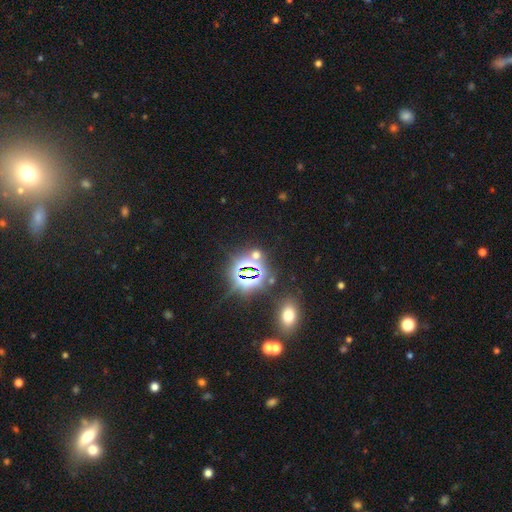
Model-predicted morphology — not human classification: The model was most divided on "smooth or featured": star or artifact: 71%, smooth: 21%, featured or disk: 7%.